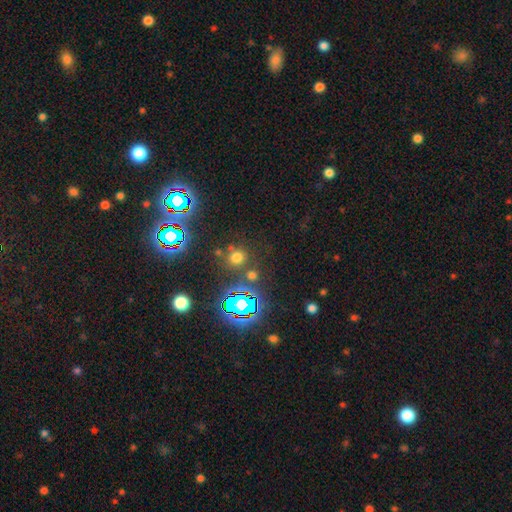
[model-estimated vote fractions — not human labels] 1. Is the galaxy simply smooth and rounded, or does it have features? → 75% star or artifact, 17% smooth, 8% featured or disk.